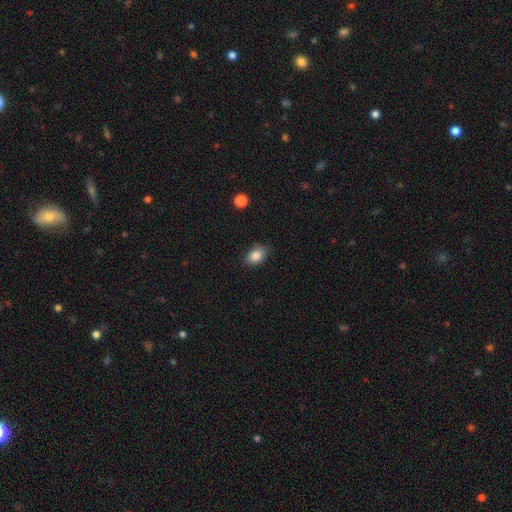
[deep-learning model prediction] The model was most divided on "how rounded": in between: 80%, round: 19%, cigar-shaped: 1%. More confident: smooth or featured — smooth (86%); merging — none (79%).